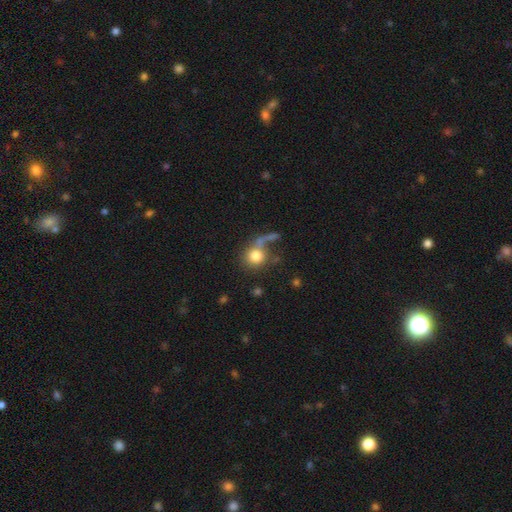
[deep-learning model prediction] This is likely a smooth galaxy (76%). How rounded: clearly round (83%). Merging: marginally none (41%).